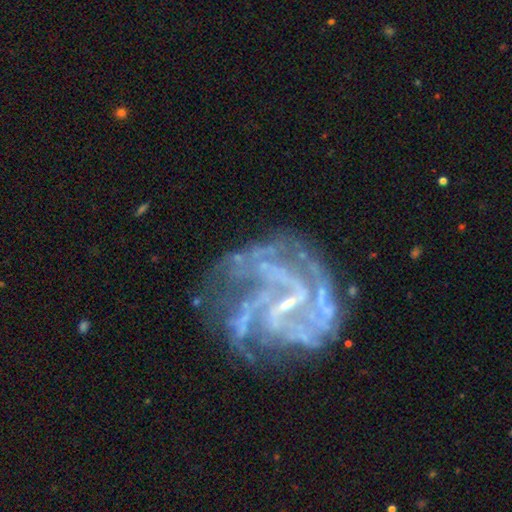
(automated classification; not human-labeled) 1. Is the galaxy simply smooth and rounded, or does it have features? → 88% featured or disk, 8% star or artifact, 4% smooth.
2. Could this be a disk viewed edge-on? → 98% no, 2% yes.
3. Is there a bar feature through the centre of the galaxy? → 51% weak, 25% strong, 24% no.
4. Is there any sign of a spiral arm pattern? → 91% yes, 9% no.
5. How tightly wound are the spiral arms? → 47% medium, 33% tight, 21% loose.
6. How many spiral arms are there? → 25% can't tell (tied), 25% 3 (tied), 20% 2, 14% 4, 8% more than 4, 8% 1.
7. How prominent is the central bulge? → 64% small, 23% none, 11% moderate, 1% large, 1% dominant.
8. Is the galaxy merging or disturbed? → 53% none, 24% major disturbance, 19% minor disturbance, 4% merger.